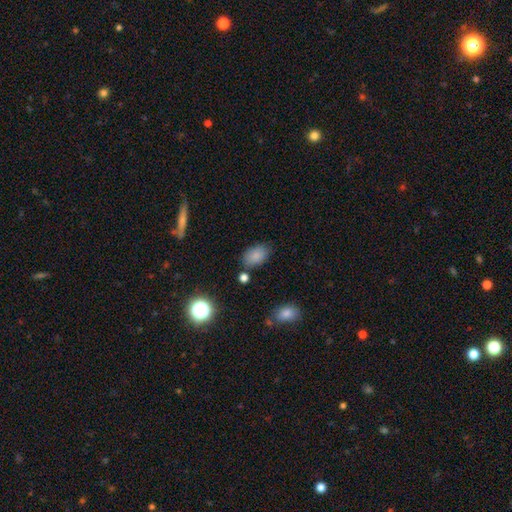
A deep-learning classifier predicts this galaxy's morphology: This is clearly a smooth galaxy (84%). How rounded: clearly in between (89%). Merging: likely none (76%).